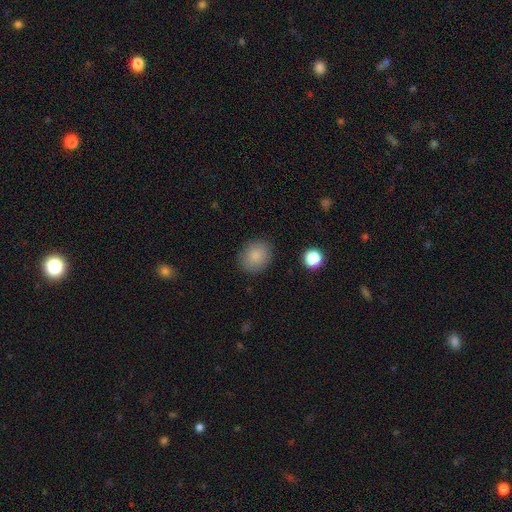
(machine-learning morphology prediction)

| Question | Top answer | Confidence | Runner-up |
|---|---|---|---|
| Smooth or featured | smooth | 85% | star or artifact (8%) |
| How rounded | round | 61% | in between (38%) |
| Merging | none | 86% | minor disturbance (10%) |